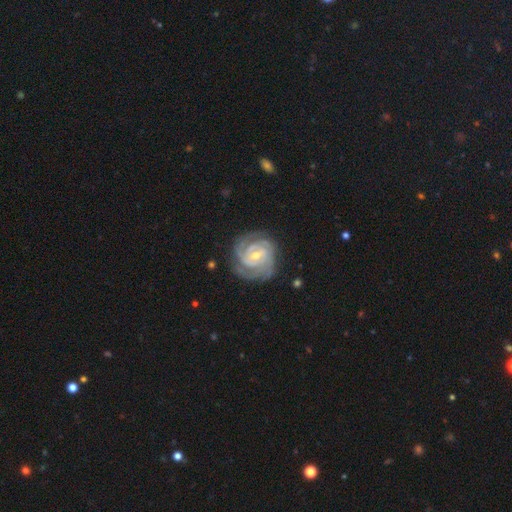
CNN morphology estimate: A featured or disk galaxy (92%) with a weak bar (46%), 3 (40%) tight (78%) spiral arms (98%) and a small central bulge (49%). Merging: none (78%).